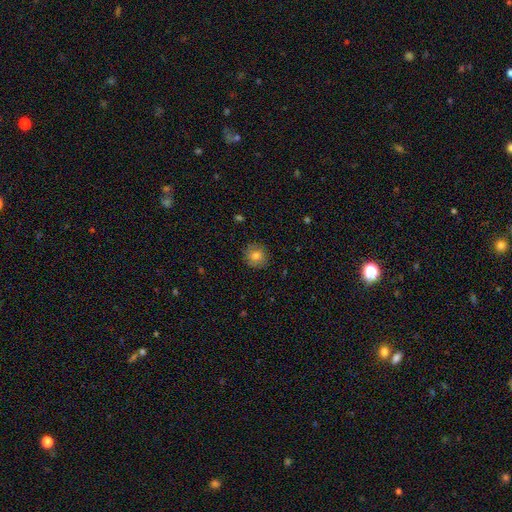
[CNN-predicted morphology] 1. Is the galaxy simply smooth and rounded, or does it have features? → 78% smooth, 12% featured or disk, 10% star or artifact.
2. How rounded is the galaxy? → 90% round, 9% in between, 1% cigar-shaped.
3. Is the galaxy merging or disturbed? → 86% none, 10% minor disturbance, 3% major disturbance, 1% merger.